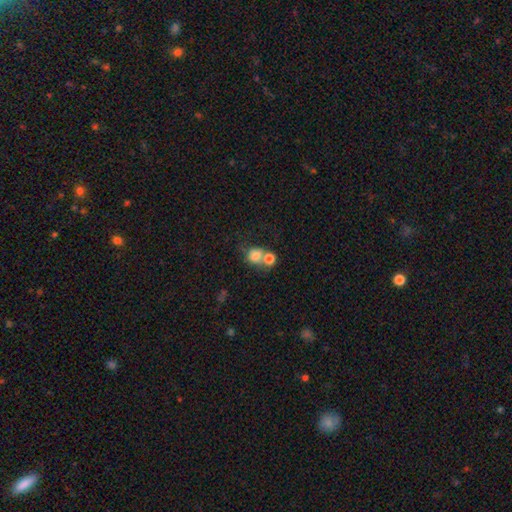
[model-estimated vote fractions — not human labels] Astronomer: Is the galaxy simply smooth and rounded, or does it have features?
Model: smooth — 74%.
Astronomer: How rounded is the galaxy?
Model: round — 62% (runner-up: in between, 37%).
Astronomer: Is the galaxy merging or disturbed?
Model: merger — 54%.